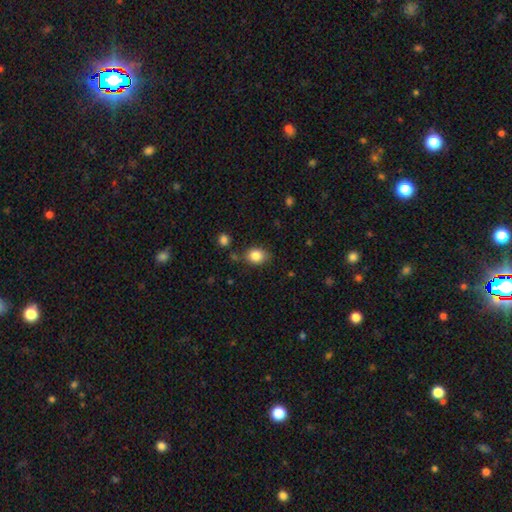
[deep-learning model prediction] This appears to be a smooth galaxy with no disk features (85%) that is in between round and cigar-shaped (55%). Merging: none (76%).